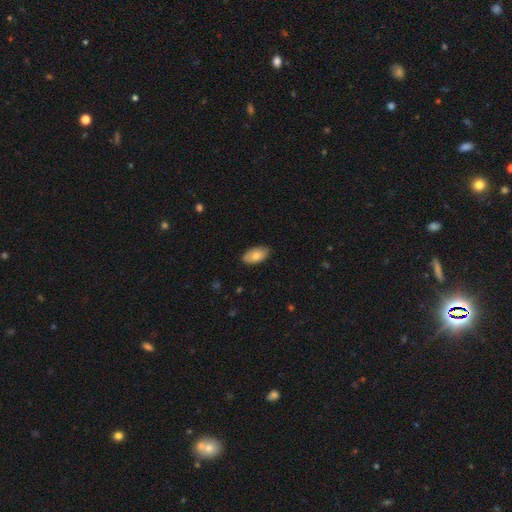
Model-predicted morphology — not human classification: smooth 76%, featured or disk 18%, star or artifact 6%. Down the decision tree: how rounded — in between (95%); merging — none (82%).